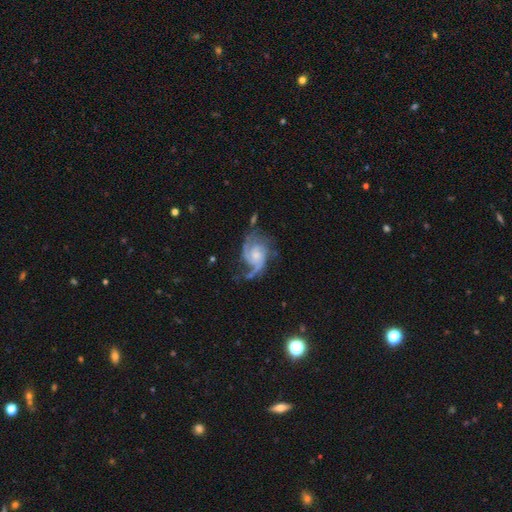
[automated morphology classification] Q: Smooth or featured?
A: featured or disk (87%); runner-up: smooth (8%)
Q: Edge-on disk?
A: no (98%); runner-up: yes (2%)
Q: Bar?
A: no (65%); runner-up: weak (30%)
Q: Spiral arms?
A: yes (96%); runner-up: no (4%)
Q: Spiral winding?
A: medium (46%); runner-up: tight (35%)
Q: Spiral arm count?
A: 2 (40%); runner-up: 3 (28%)
Q: Bulge size?
A: small (44%); runner-up: moderate (38%)
Q: Merging?
A: none (49%); runner-up: minor disturbance (24%)